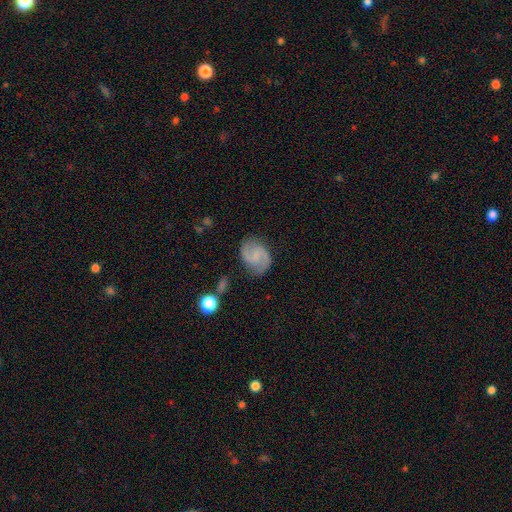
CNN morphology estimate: smooth-or-featured: featured or disk: 77% | smooth: 16% | star or artifact: 7%
  disk-edge-on: no: 98% | yes: 2%
    bar: weak: 49% | no: 38% | strong: 13%
    has-spiral-arms: yes: 95% | no: 5%
      spiral-winding: medium: 51% | loose: 31% | tight: 18%
      spiral-arm-count: 2: 92% | can't tell: 4% | 1: 2% | 3: 1% | 4: 1% | more than 4: 1%
    bulge-size: none: 50% | small: 34% | moderate: 13% | large: 2% | dominant: 1%
  merging: none: 78% | minor disturbance: 15% | major disturbance: 5% | merger: 2%